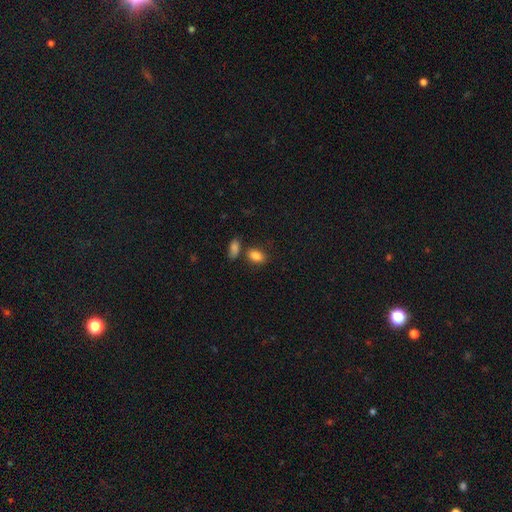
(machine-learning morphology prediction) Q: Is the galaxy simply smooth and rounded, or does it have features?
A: smooth — 85%.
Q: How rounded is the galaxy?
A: in between — 84%.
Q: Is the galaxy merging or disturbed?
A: none — 65%.